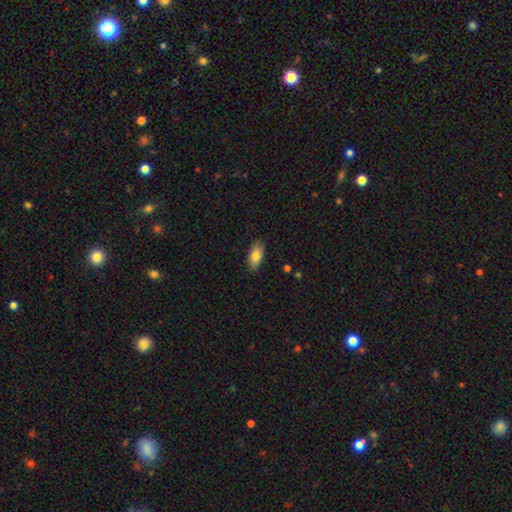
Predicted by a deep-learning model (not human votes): Morphology: type=smooth (81%); roundness=in between (87%); merging=none (85%).